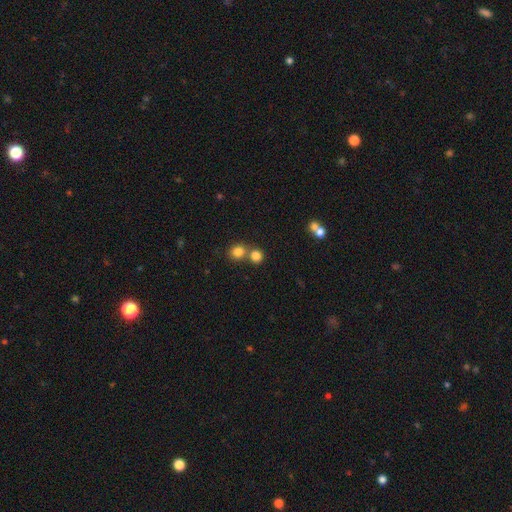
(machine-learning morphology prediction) Smooth or featured?
  - smooth: 81% *
  - star or artifact: 13%
  - featured or disk: 6%
How rounded?
  - round: 87% *
  - in between: 12%
  - cigar-shaped: 1%
Merging?
  - none: 57% *
  - merger: 34%
  - minor disturbance: 6%
  - major disturbance: 3%